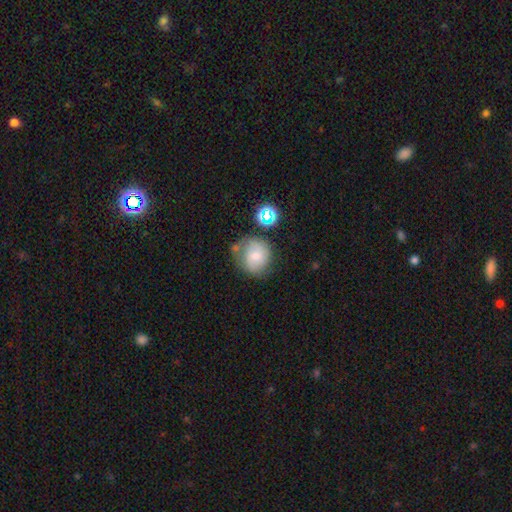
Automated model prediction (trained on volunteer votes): This appears to be a smooth galaxy with no disk features (58%) that is round (84%). Merging: none (55%).